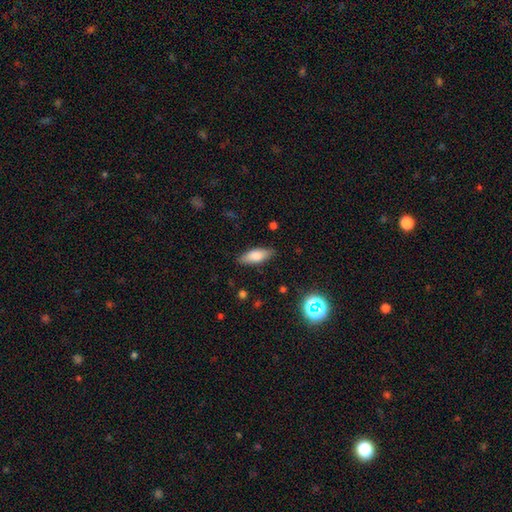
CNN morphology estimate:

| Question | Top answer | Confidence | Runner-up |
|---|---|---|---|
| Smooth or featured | smooth | 76% | featured or disk (16%) |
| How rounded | in between | 72% | cigar-shaped (25%) |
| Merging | none | 84% | minor disturbance (12%) |